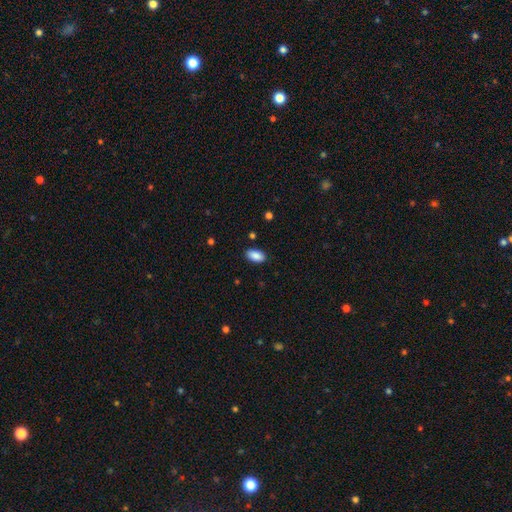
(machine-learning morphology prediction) smooth_or_featured: smooth (p=0.89) [alt: star or artifact p=0.07]
how_rounded: in between (p=0.94) [alt: round p=0.03]
merging: none (p=0.88) [alt: minor disturbance p=0.09]